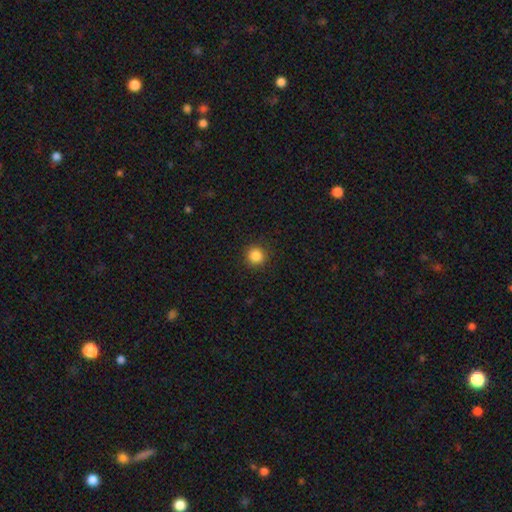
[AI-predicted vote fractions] This appears to be a smooth galaxy with no disk features (86%) that is round (94%). Merging: none (91%).